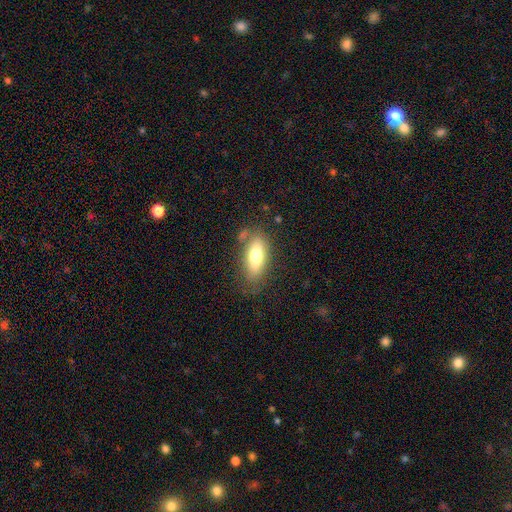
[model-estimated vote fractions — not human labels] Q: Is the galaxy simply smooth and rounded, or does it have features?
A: smooth — 70%.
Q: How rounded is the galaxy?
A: in between — 73%.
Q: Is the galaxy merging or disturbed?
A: none — 68%.